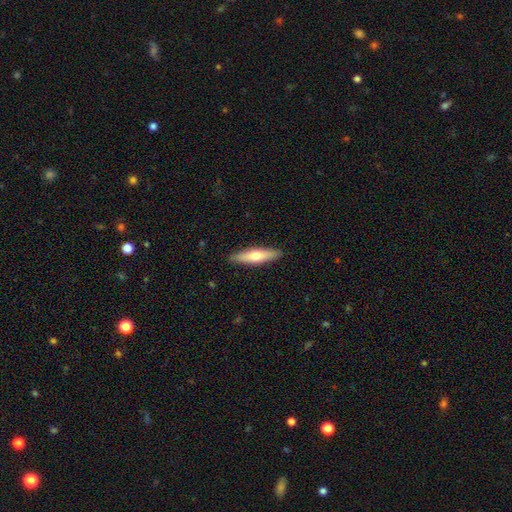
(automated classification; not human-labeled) The model was most divided on "smooth or featured": smooth: 53%, featured or disk: 41%, star or artifact: 5%. More confident: merging — none (90%); how rounded — cigar-shaped (79%).